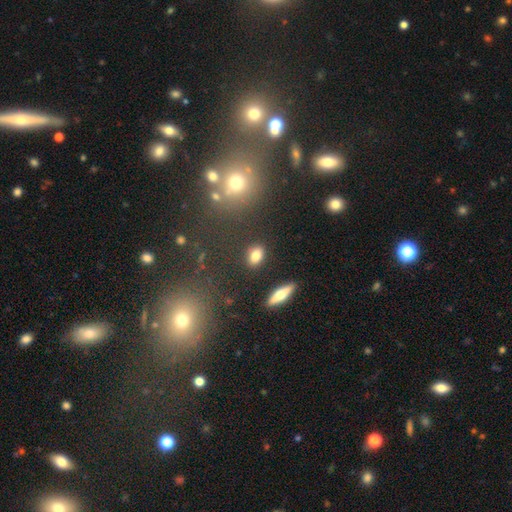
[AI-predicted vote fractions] Overall: smooth (81%). How rounded: in between (74%). Merging: none (86%).